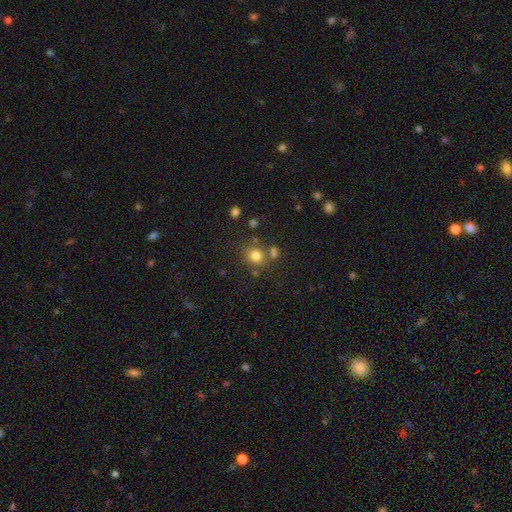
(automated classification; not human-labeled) Smooth or featured: smooth — 77% (star or artifact — 15%)
How rounded: round — 81% (in between — 19%)
Merging: none — 70% (merger — 14%)